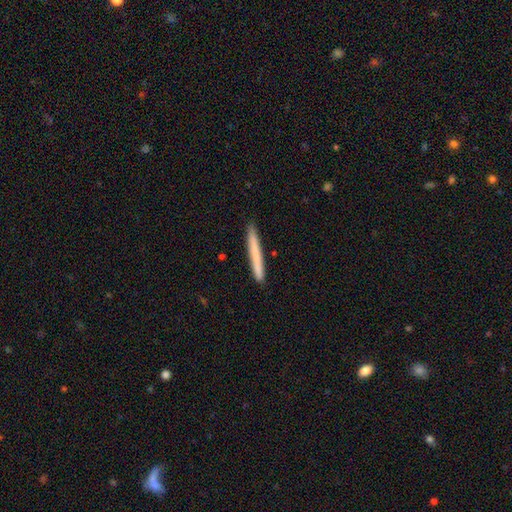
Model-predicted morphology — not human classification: Smooth or featured?
  - smooth: 70% *
  - featured or disk: 24%
  - star or artifact: 6%
How rounded?
  - cigar-shaped: 97% *
  - in between: 2%
  - round: 1%
Merging?
  - none: 91% *
  - minor disturbance: 6%
  - major disturbance: 1%
  - merger: 1%